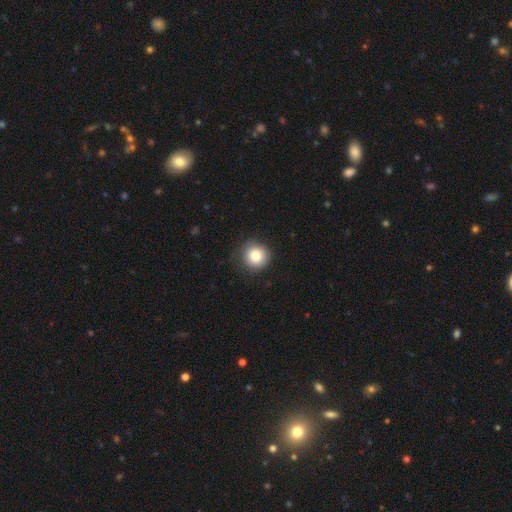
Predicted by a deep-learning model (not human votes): smooth 85%, star or artifact 9%, featured or disk 6%. Down the decision tree: how rounded — round (93%); merging — none (84%).